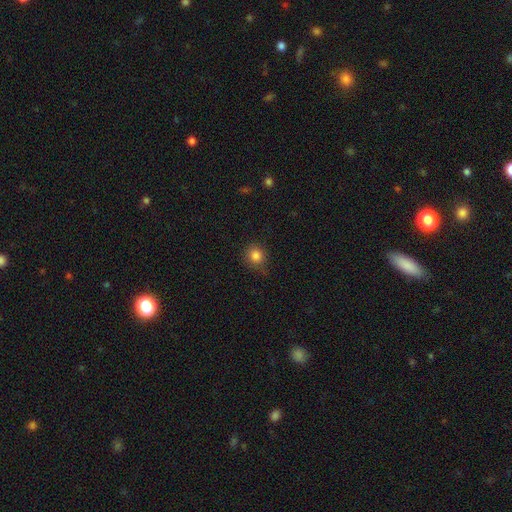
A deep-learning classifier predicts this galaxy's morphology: A smooth galaxy with no disk features (83%) that is round (85%). Merging: none (74%).